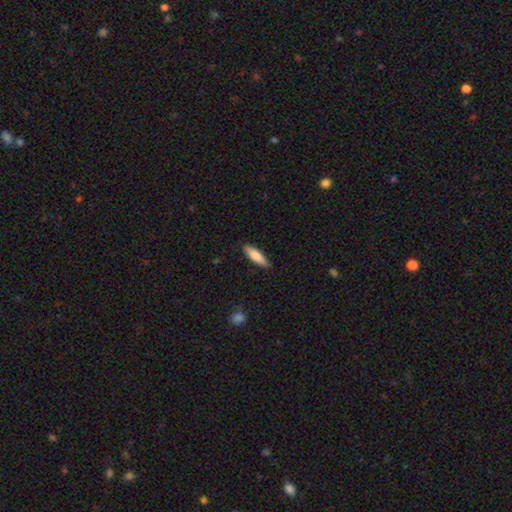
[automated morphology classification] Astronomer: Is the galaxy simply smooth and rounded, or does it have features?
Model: smooth — 77%.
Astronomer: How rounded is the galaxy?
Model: cigar-shaped — 58% (runner-up: in between, 40%).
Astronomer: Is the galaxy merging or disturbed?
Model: none — 84%.